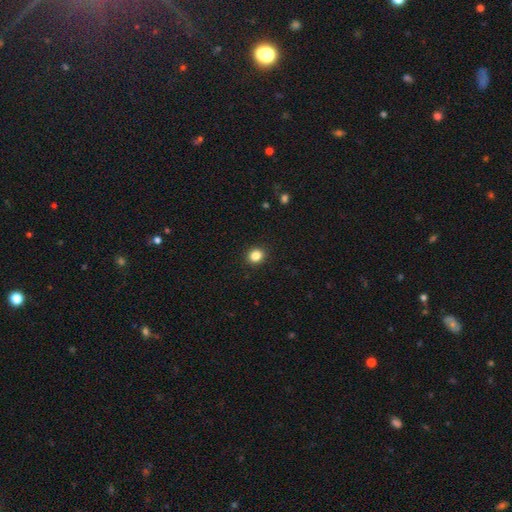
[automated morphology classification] Overall: smooth (85%). How rounded: round (76%). Merging: none (92%).